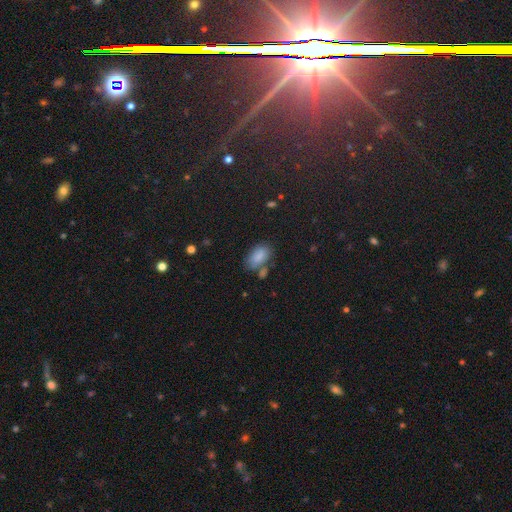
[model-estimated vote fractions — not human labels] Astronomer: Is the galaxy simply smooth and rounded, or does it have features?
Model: smooth — 84%.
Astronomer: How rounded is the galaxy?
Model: in between — 92%.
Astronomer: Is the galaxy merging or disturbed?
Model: none — 60%.